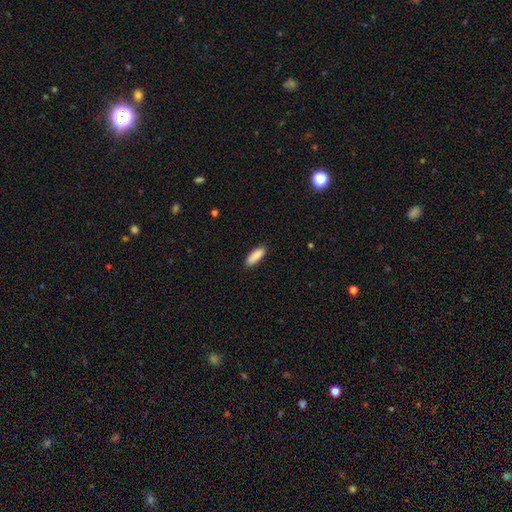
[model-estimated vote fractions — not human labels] Smooth or featured? Predicted: smooth (p=0.90). How rounded? Predicted: in between (p=0.60). Merging? Predicted: none (p=0.88).